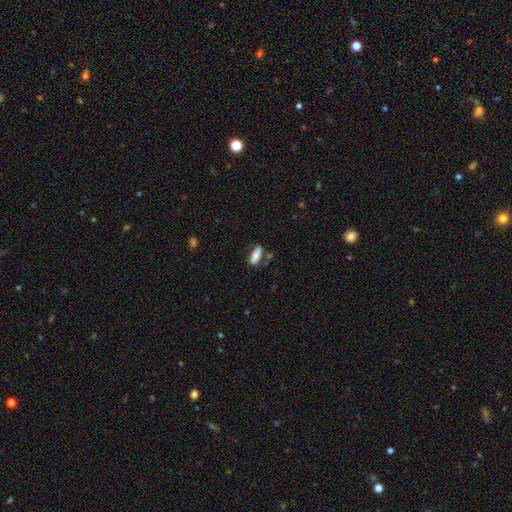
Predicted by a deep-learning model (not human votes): Smooth or featured: smooth — 70% (featured or disk — 23%)
How rounded: in between — 63% (cigar-shaped — 34%)
Merging: none — 66% (minor disturbance — 17%)